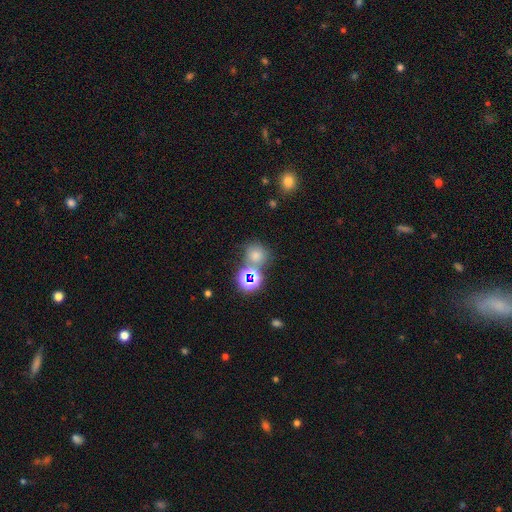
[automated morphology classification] This appears to be a smooth galaxy with no disk features (65%) that is round (80%). Merging: none (60%).